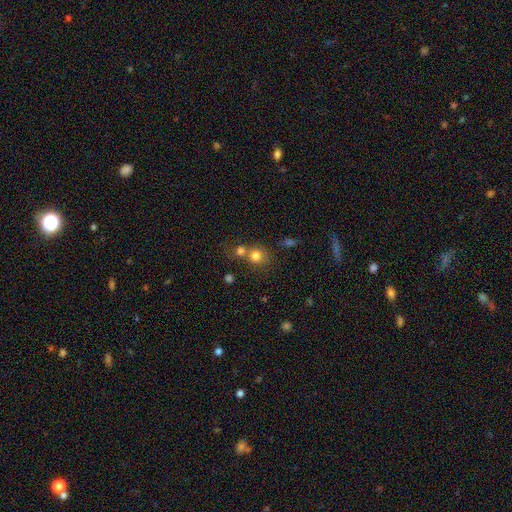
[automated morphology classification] This appears to be a smooth galaxy with no disk features (79%) that is round (84%). Merging: none (44%).